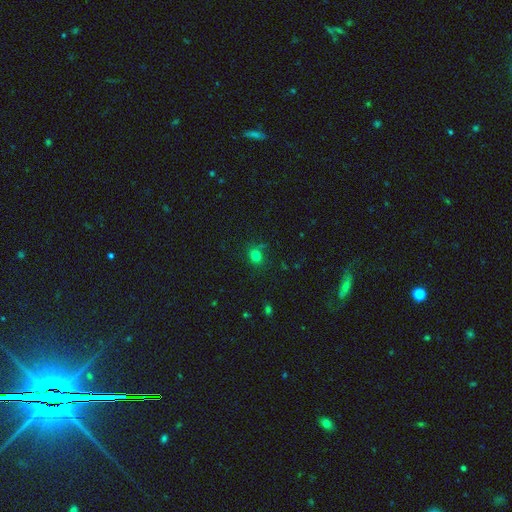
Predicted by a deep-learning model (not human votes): A smooth galaxy with no disk features (76%) that is round (72%). Merging: none (74%).